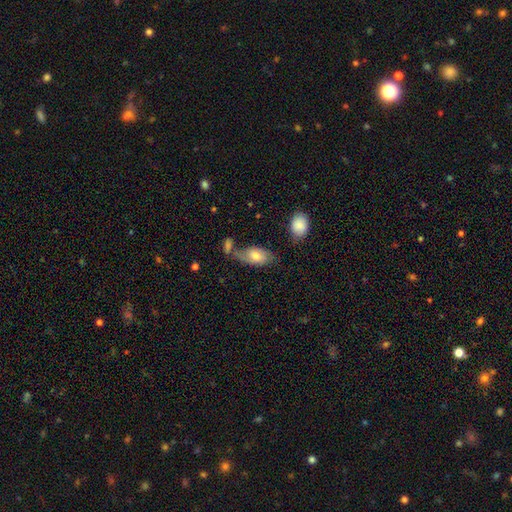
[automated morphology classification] A smooth galaxy with no disk features (70%) that is in between round and cigar-shaped (91%). Merging: none (51%).